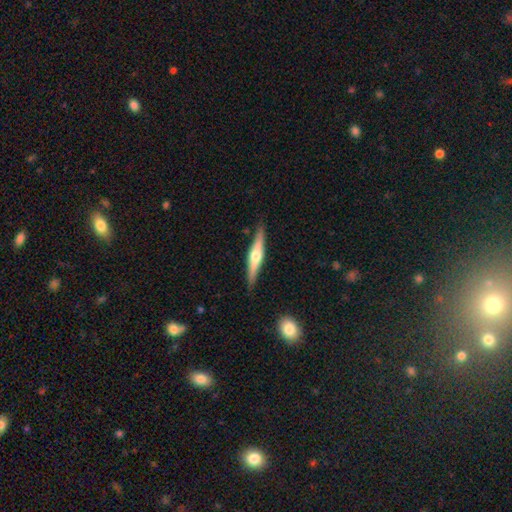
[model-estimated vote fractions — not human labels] Smooth or featured? featured or disk (66%)
Edge-on disk? yes (97%)
Edge-on bulge? rounded (90%)
Merging? none (87%)